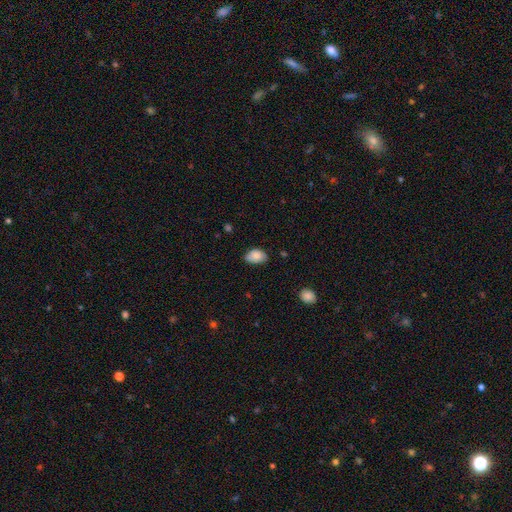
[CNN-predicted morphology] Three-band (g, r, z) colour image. It shows a smooth galaxy with no disk features (83%) that is in between round and cigar-shaped (89%). Merging: none (68%).